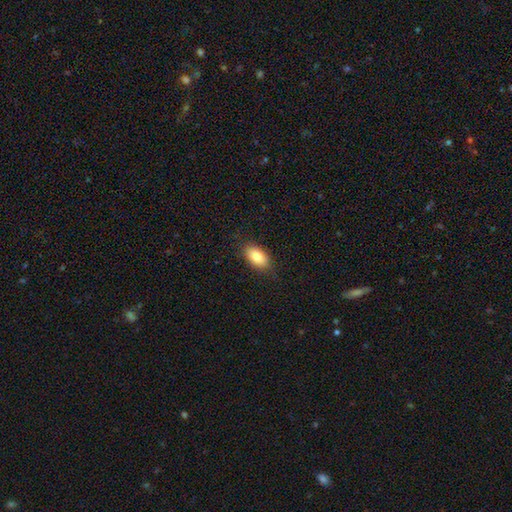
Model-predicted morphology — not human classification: A smooth galaxy with no disk features (83%) that is in between round and cigar-shaped (92%). Merging: none (85%).